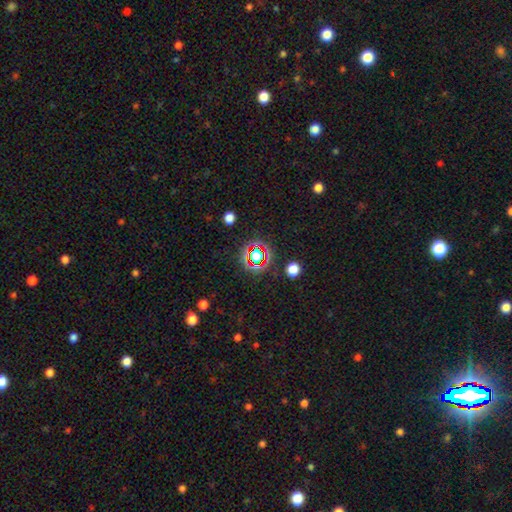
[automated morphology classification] smooth-or-featured: star or artifact: 64% | smooth: 24% | featured or disk: 12%